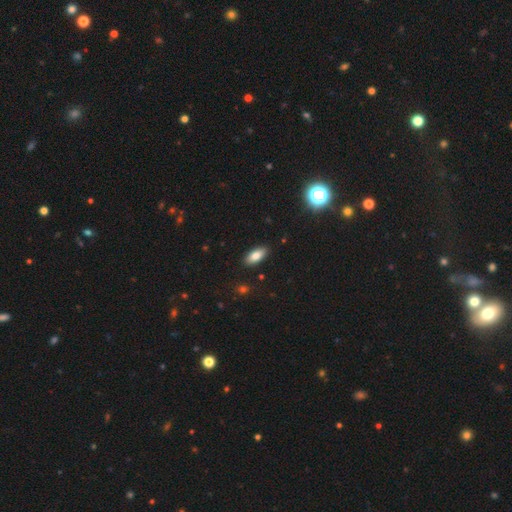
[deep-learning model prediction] Morphology: type=smooth (82%); roundness=in between (88%); merging=none (88%).